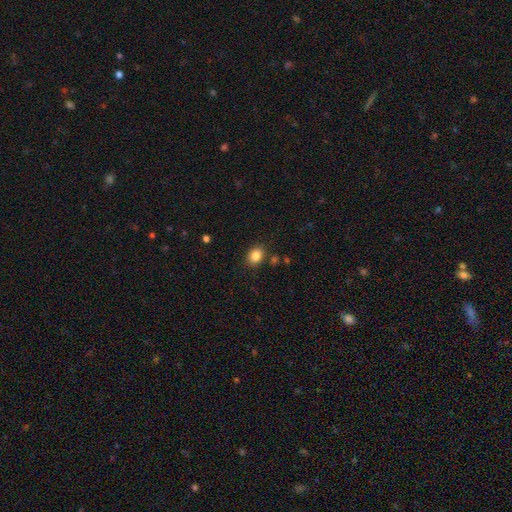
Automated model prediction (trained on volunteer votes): smooth-or-featured: smooth: 85% | star or artifact: 10% | featured or disk: 5%
  how-rounded: in between: 60% | round: 39% | cigar-shaped: 1%
  merging: none: 84% | minor disturbance: 10% | merger: 3% | major disturbance: 3%